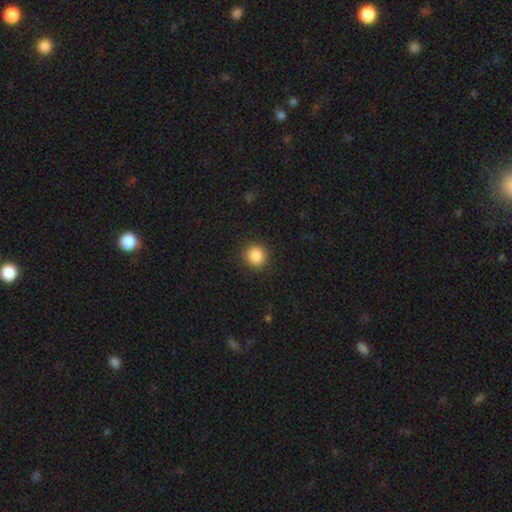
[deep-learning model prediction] Smooth or featured?
  - smooth: 87% *
  - star or artifact: 9%
  - featured or disk: 3%
How rounded?
  - round: 92% *
  - in between: 7%
  - cigar-shaped: 1%
Merging?
  - none: 91% *
  - minor disturbance: 6%
  - major disturbance: 2%
  - merger: 1%